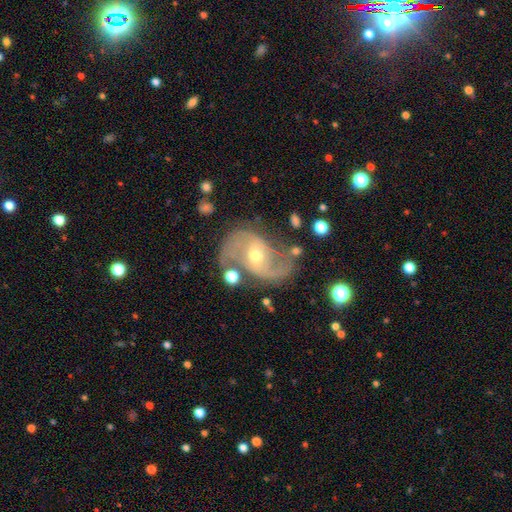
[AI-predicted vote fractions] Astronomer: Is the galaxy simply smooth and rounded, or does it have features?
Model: featured or disk — 88%.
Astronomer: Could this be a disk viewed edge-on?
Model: no — 97%.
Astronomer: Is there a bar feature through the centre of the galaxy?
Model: weak — 45% (runner-up: no, 37%).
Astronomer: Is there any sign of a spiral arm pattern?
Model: yes — 95%.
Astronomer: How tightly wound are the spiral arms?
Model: medium — 52% (runner-up: loose, 31%).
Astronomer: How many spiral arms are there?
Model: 2 — 89%.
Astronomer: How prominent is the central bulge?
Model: moderate — 59% (runner-up: small, 36%).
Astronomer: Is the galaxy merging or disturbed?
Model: none — 65%.